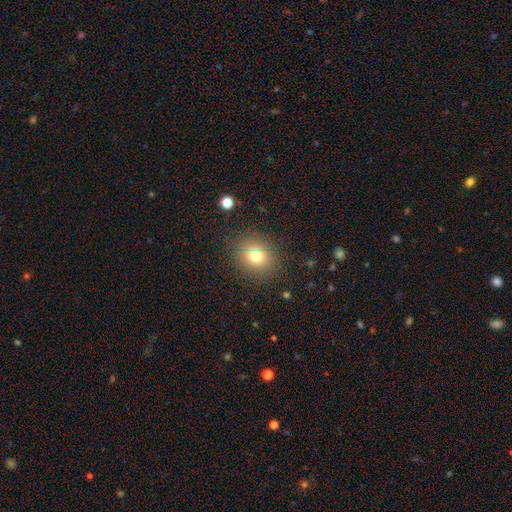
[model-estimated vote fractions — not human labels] Overall: smooth (73%). How rounded: round (70%). Merging: none (86%).